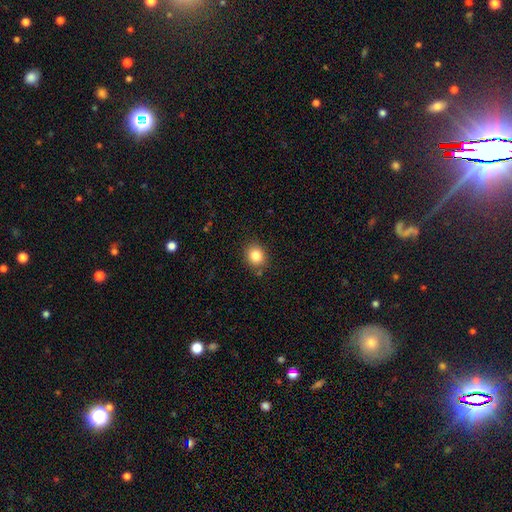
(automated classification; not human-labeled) Smooth or featured? smooth (84%)
How rounded? round (72%)
Merging? none (85%)